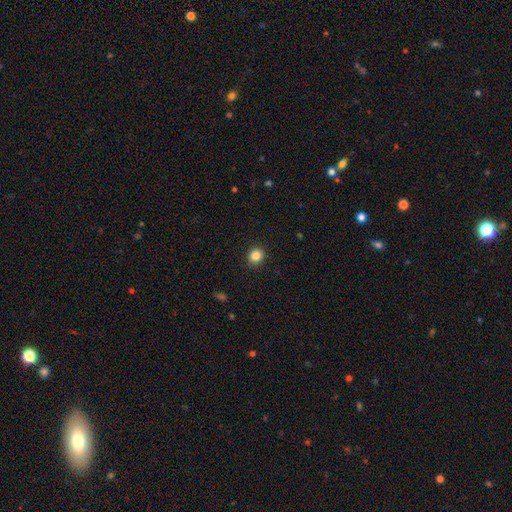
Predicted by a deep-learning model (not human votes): Smooth or featured?
  - smooth: 85% *
  - star or artifact: 11%
  - featured or disk: 5%
How rounded?
  - round: 79% *
  - in between: 20%
  - cigar-shaped: 1%
Merging?
  - none: 92% *
  - minor disturbance: 5%
  - major disturbance: 2%
  - merger: 1%